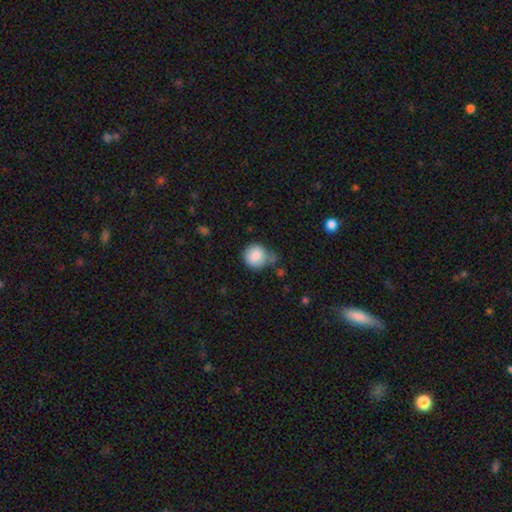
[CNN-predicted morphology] This appears to be a smooth galaxy with no disk features (87%) that is round (89%). Merging: none (58%).